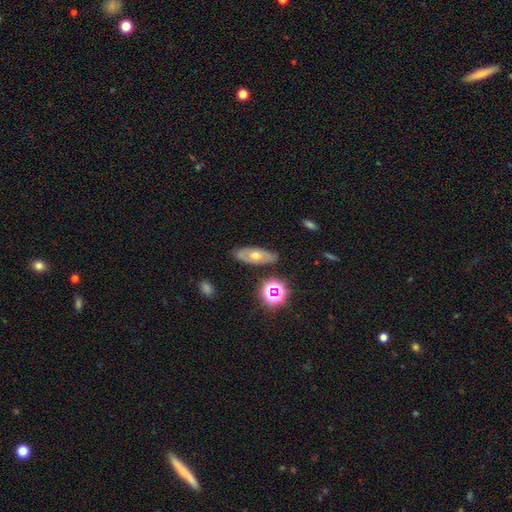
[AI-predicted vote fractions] smooth-or-featured: featured or disk: 48% | smooth: 39% | star or artifact: 13%
  merging: none: 81% | minor disturbance: 13% | major disturbance: 3% | merger: 2%